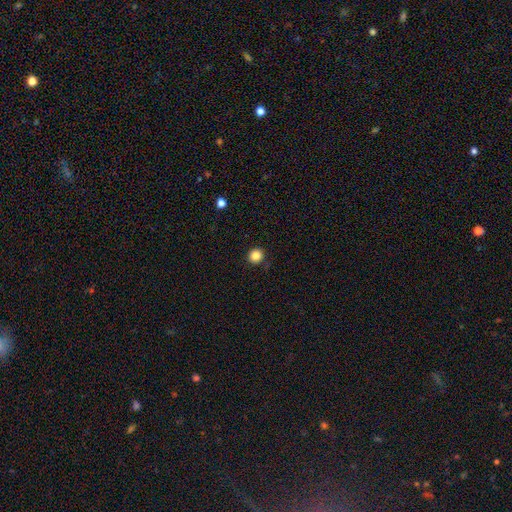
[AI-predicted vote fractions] Smooth or featured? Predicted: smooth (p=0.85). How rounded? Predicted: round (p=0.94). Merging? Predicted: none (p=0.90).